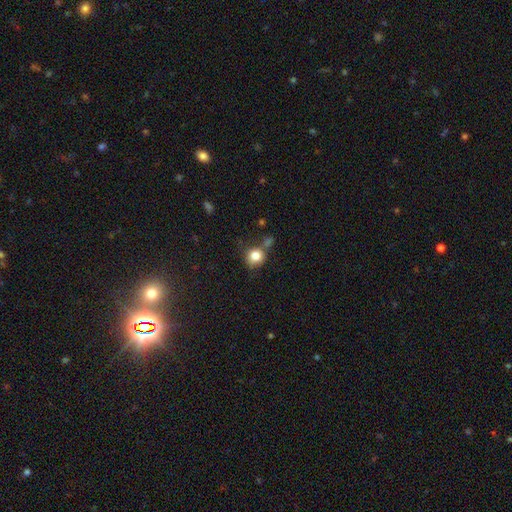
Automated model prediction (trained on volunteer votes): A smooth galaxy with no disk features (82%) that is round (84%). Merging: none (63%).